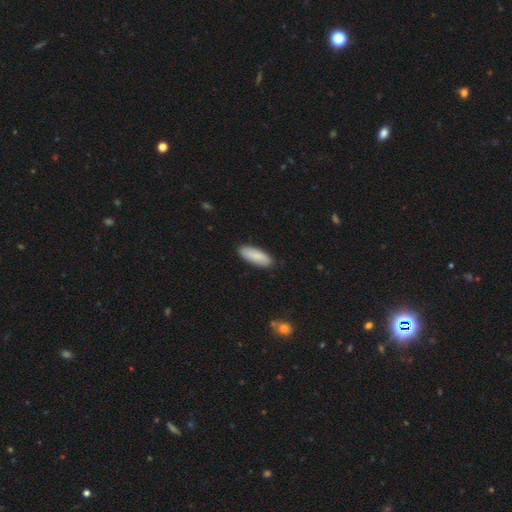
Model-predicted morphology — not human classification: Smooth or featured? Predicted: smooth (p=0.87). How rounded? Predicted: in between (p=0.68). Merging? Predicted: none (p=0.88).